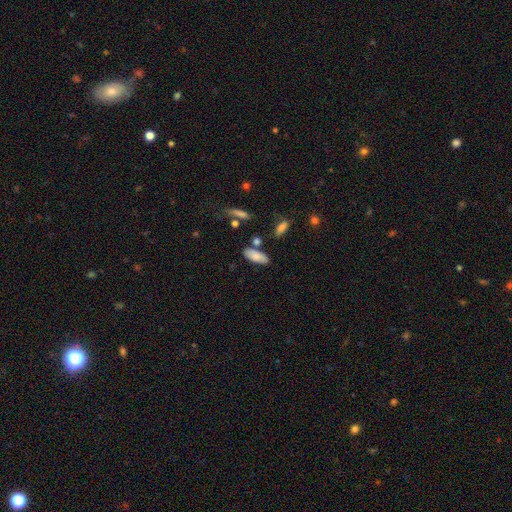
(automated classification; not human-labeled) Smooth or featured?
  - smooth: 80% *
  - featured or disk: 13%
  - star or artifact: 7%
How rounded?
  - in between: 84% *
  - cigar-shaped: 14%
  - round: 2%
Merging?
  - none: 73% *
  - minor disturbance: 15%
  - merger: 8%
  - major disturbance: 4%